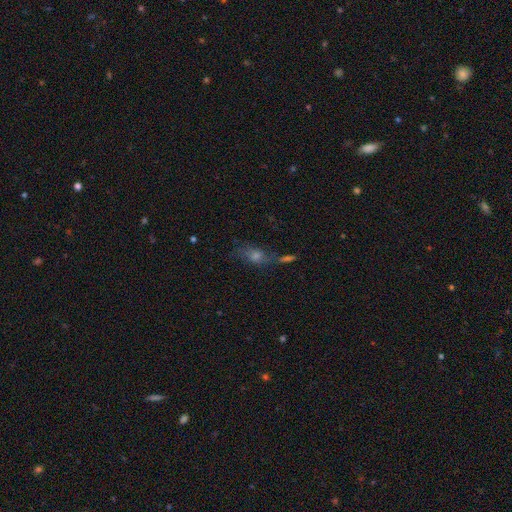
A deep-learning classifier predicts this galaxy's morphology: A smooth galaxy with no disk features (43%).

Vote fractions:
- Smooth or featured? smooth: 43% / featured or disk: 30% / star or artifact: 28%
- Merging? none: 48% / merger: 25% / minor disturbance: 15% / major disturbance: 11%